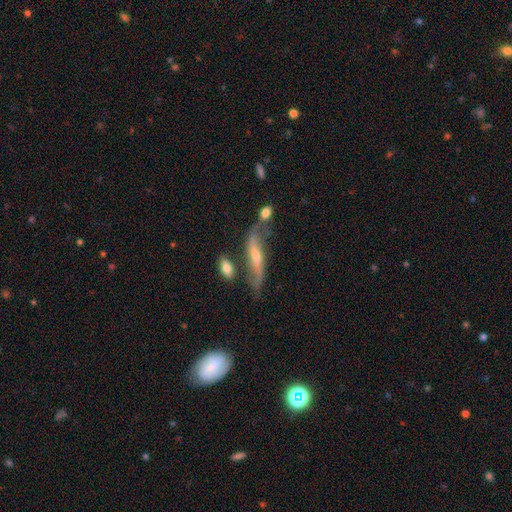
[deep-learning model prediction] Q: Smooth or featured?
A: featured or disk (73%); runner-up: smooth (19%)
Q: Edge-on disk?
A: no (61%); runner-up: yes (39%)
Q: Merging?
A: none (52%); runner-up: minor disturbance (21%)